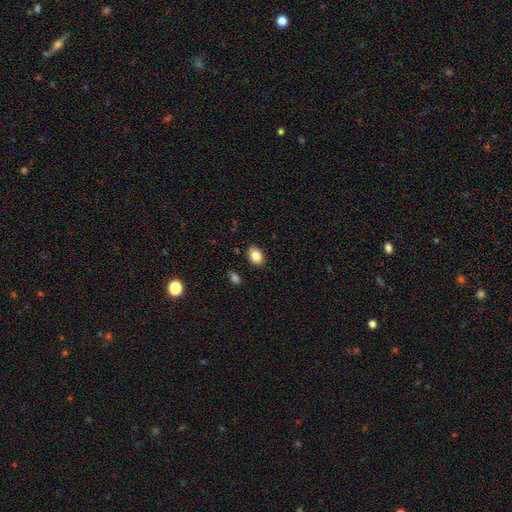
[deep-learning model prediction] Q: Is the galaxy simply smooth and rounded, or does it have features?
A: smooth — 83%.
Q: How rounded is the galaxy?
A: in between — 77%.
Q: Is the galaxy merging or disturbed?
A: none — 87%.